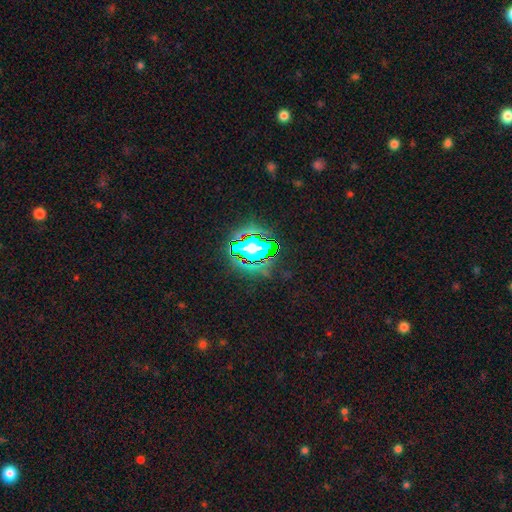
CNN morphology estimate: A star or artifact, not a galaxy (80%).